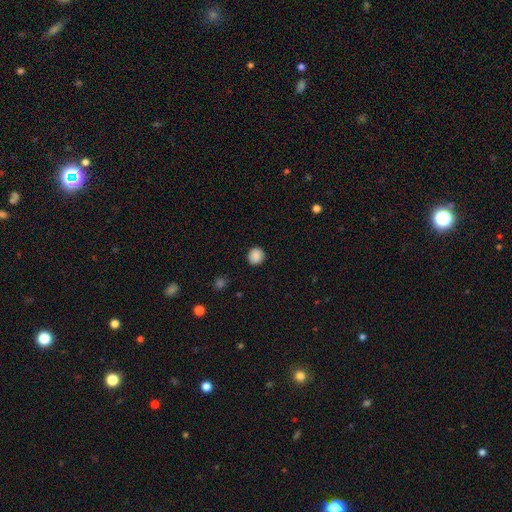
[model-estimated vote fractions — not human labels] This is clearly a smooth galaxy (88%). How rounded: clearly round (89%). Merging: clearly none (90%).